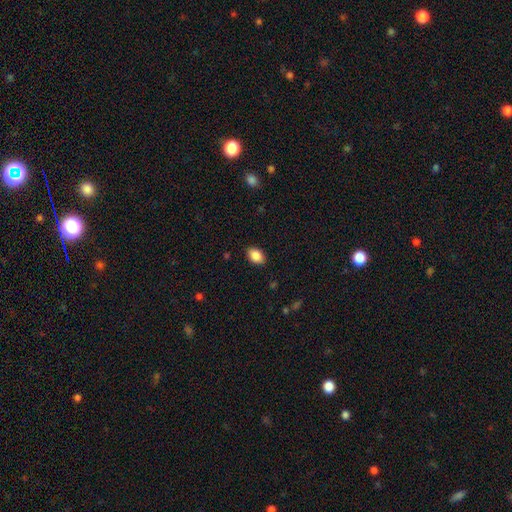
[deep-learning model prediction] The model was most divided on "how rounded": in between: 84%, round: 15%, cigar-shaped: 1%. More confident: smooth or featured — smooth (88%); merging — none (88%).